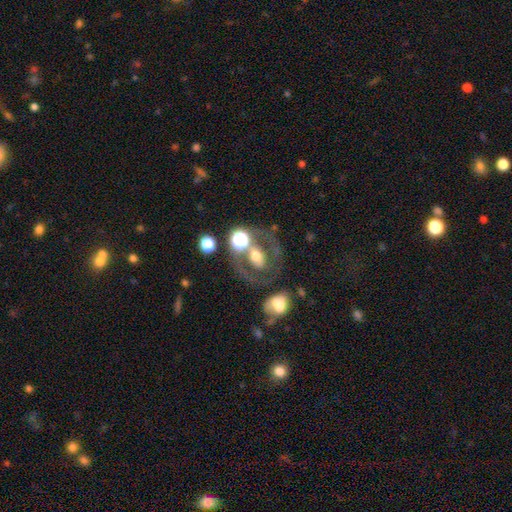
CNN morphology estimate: A featured or disk galaxy (56%) with no bar (54%), no spiral arms (69%) and a moderate central bulge (60%). Merging: none (58%).